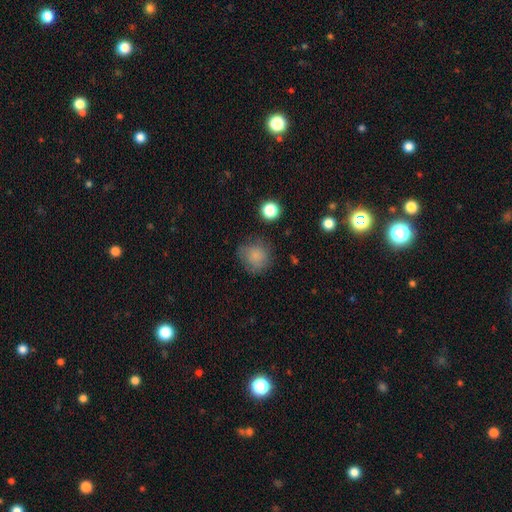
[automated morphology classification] A smooth galaxy with no disk features (78%) that is round (80%).

Vote fractions:
- Smooth or featured? smooth: 78% / featured or disk: 11% / star or artifact: 11%
- How rounded? round: 80% / in between: 19% / cigar-shaped: 1%
- Merging? none: 68% / minor disturbance: 21% / major disturbance: 9% / merger: 2%